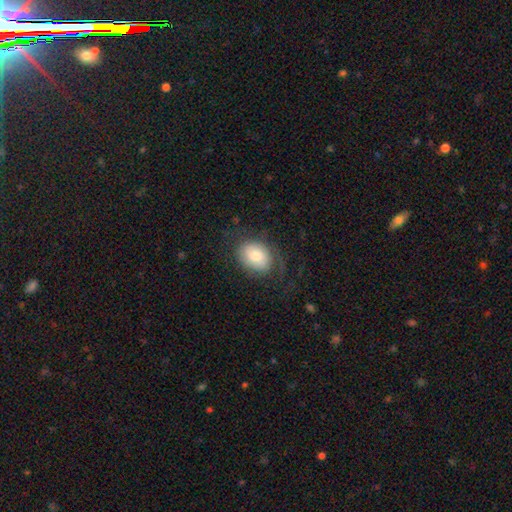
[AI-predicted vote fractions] A smooth galaxy with no disk features (68%) that is in between round and cigar-shaped (71%). Merging: none (64%).